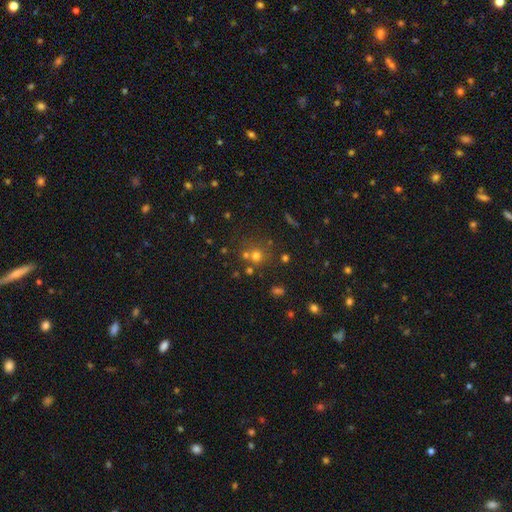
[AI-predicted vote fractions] smooth-or-featured: smooth: 56% | star or artifact: 32% | featured or disk: 12%
  how-rounded: round: 89% | in between: 10% | cigar-shaped: 1%
  merging: none: 66% | merger: 21% | minor disturbance: 9% | major disturbance: 4%